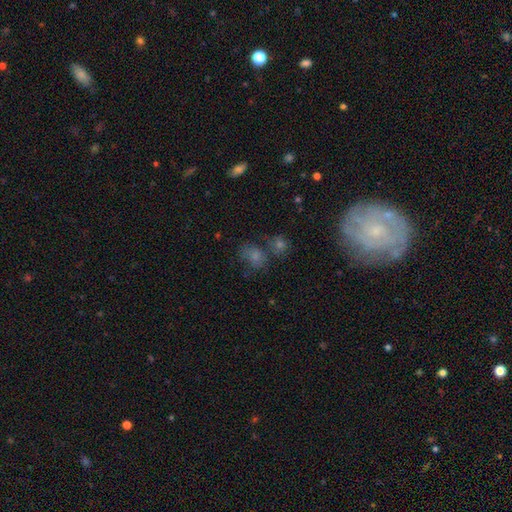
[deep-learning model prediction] This is possibly a smooth galaxy (56%). How rounded: possibly round (51%). Merging: possibly none (49%).